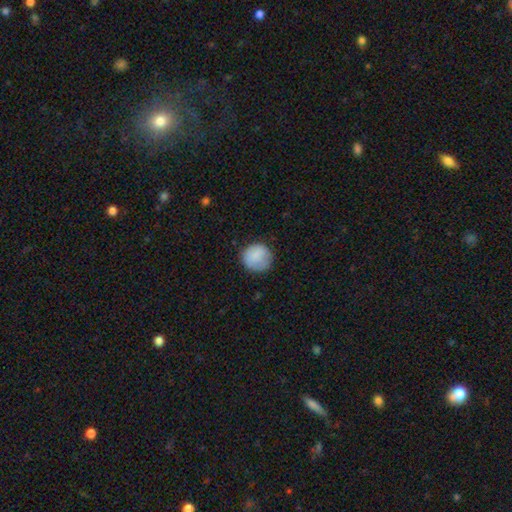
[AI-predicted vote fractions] smooth-or-featured: smooth: 86% | star or artifact: 7% | featured or disk: 7%
  how-rounded: round: 91% | in between: 8% | cigar-shaped: 1%
  merging: none: 79% | minor disturbance: 16% | major disturbance: 4% | merger: 1%